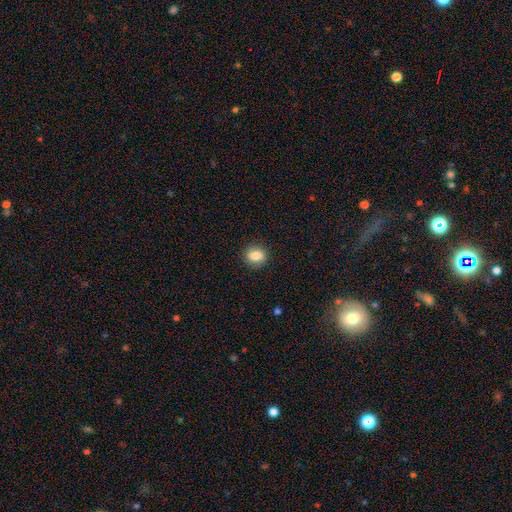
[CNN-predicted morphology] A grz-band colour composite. It shows a smooth galaxy with no disk features (85%) that is round (57%). Merging: none (88%).